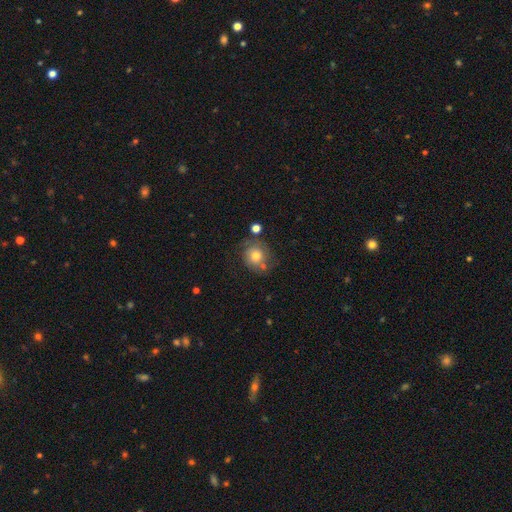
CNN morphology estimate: This is likely a smooth galaxy (66%). How rounded: clearly round (86%). Merging: likely none (61%).